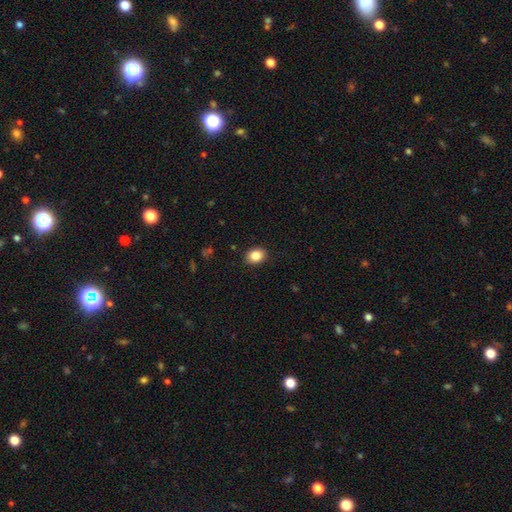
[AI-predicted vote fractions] Morphology: type=smooth (86%); roundness=in between (57%); merging=none (90%).